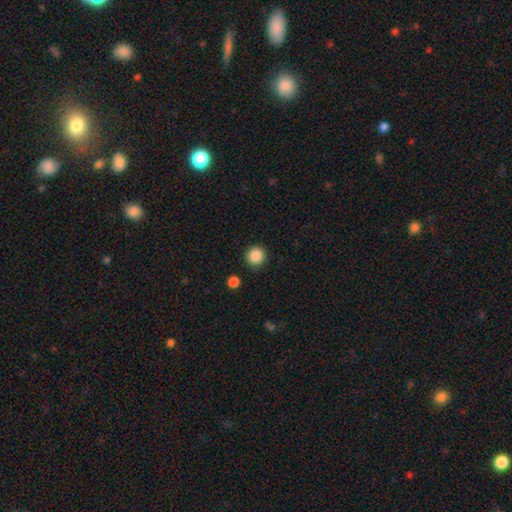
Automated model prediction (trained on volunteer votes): smooth_or_featured: smooth (p=0.87) [alt: star or artifact p=0.10]
how_rounded: round (p=0.95) [alt: in between p=0.04]
merging: none (p=0.90) [alt: minor disturbance p=0.06]